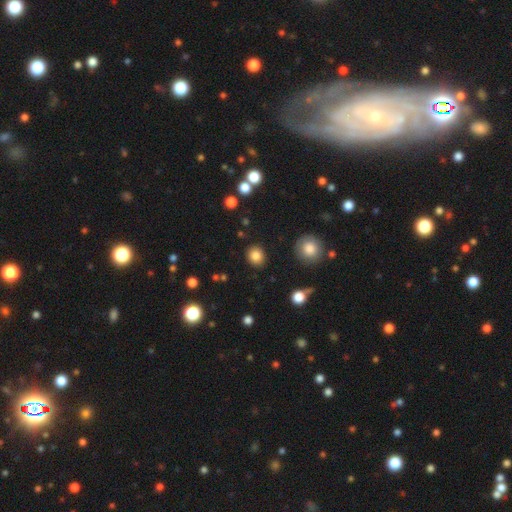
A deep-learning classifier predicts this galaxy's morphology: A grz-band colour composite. It shows a smooth galaxy with no disk features (84%) that is round (78%). Merging: none (89%).